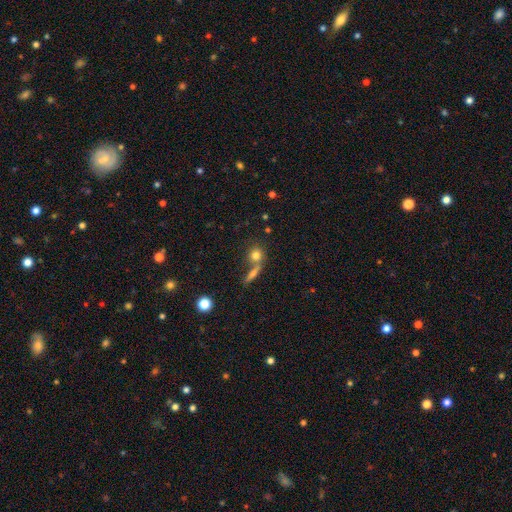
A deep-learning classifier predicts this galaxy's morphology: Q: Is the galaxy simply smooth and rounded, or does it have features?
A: smooth — 76%.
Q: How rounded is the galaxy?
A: round — 76%.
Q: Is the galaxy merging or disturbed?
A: none — 50%.